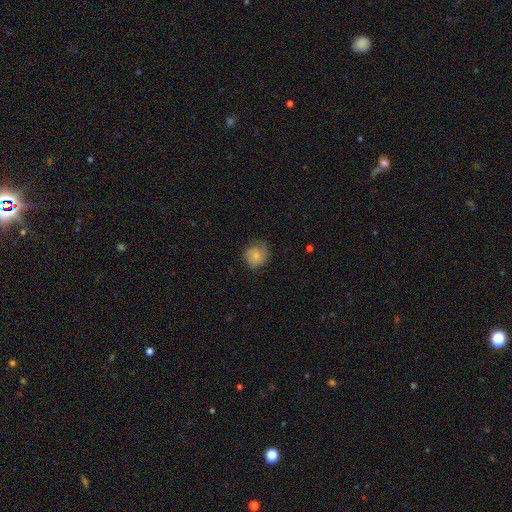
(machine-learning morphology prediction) Smooth or featured: smooth — 73% (featured or disk — 19%)
How rounded: round — 77% (in between — 22%)
Merging: none — 64% (minor disturbance — 26%)